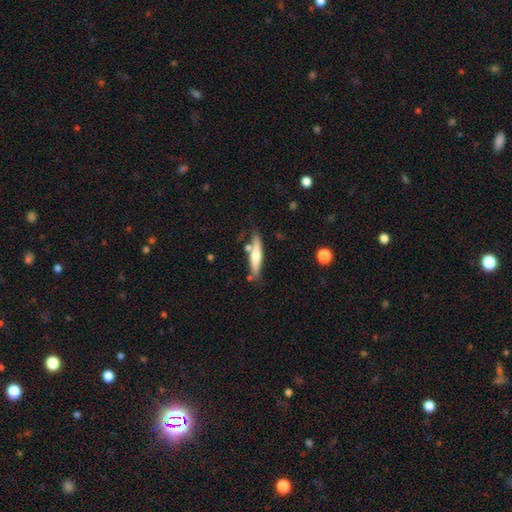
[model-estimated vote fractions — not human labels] Overall: smooth (52%; featured or disk 43%). How rounded: cigar-shaped (85%). Merging: none (71%).